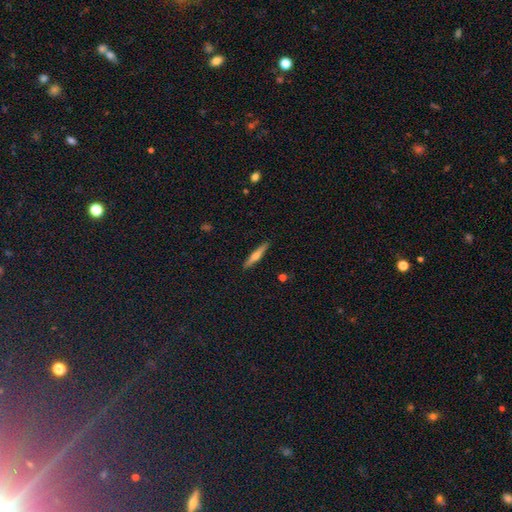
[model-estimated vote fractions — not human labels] The model was most divided on "smooth or featured": featured or disk: 49%, smooth: 44%, star or artifact: 6%. More confident: merging — none (91%).